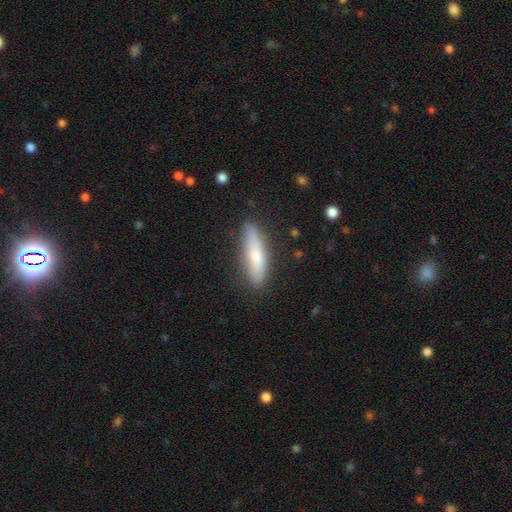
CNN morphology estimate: smooth_or_featured: smooth (p=0.68) [alt: featured or disk p=0.26]
how_rounded: cigar-shaped (p=0.72) [alt: in between p=0.26]
merging: none (p=0.85) [alt: minor disturbance p=0.12]